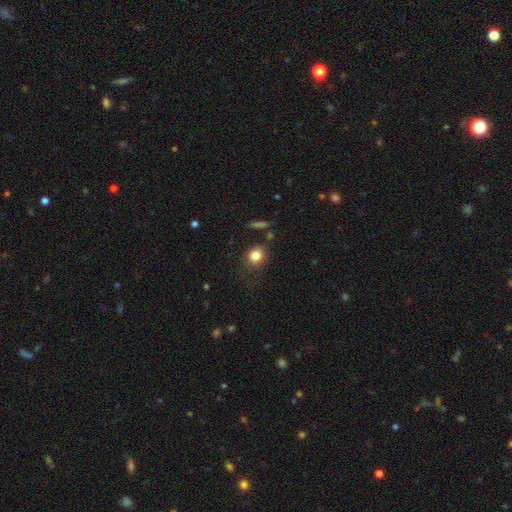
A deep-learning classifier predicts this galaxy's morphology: Smooth or featured? smooth (83%)
How rounded? round (78%)
Merging? none (78%)